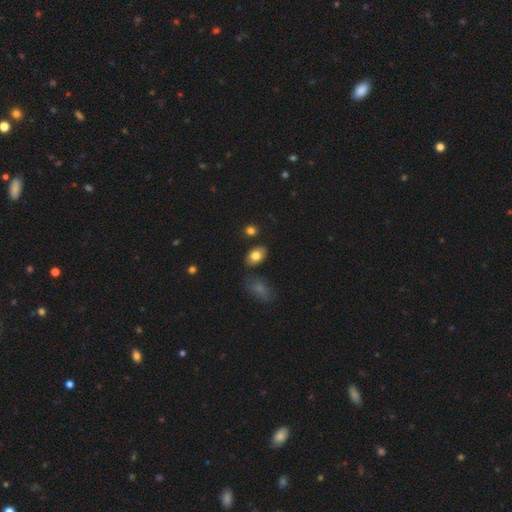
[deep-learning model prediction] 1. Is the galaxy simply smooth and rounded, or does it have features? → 81% smooth, 11% featured or disk, 9% star or artifact.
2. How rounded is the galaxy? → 83% in between, 16% round, 2% cigar-shaped.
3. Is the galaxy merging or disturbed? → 81% none, 12% minor disturbance, 5% merger, 3% major disturbance.